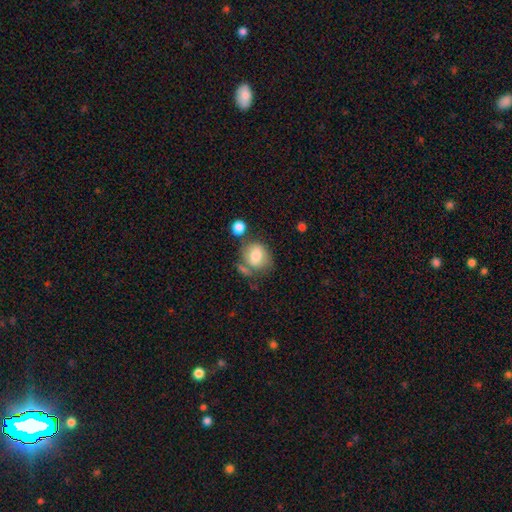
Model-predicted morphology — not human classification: The model was most divided on "how rounded": round: 63%, in between: 36%, cigar-shaped: 1%. Remaining: smooth or featured — smooth (75%); merging — none (50%).